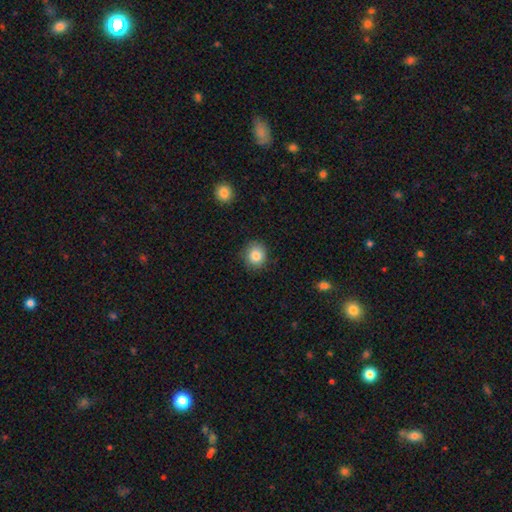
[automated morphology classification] smooth_or_featured: smooth (p=0.84) [alt: star or artifact p=0.10]
how_rounded: round (p=0.86) [alt: in between p=0.13]
merging: none (p=0.87) [alt: minor disturbance p=0.10]